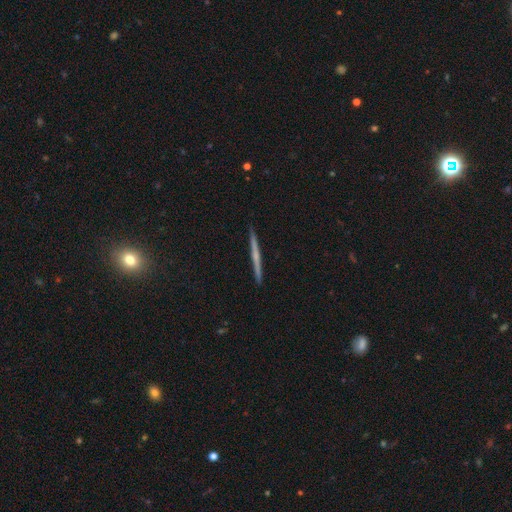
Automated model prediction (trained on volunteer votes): This is likely a featured or disk galaxy (60%). It is clearly viewed edge-on (98%). Edge-on bulge: likely none (65%). Merging: clearly none (93%).